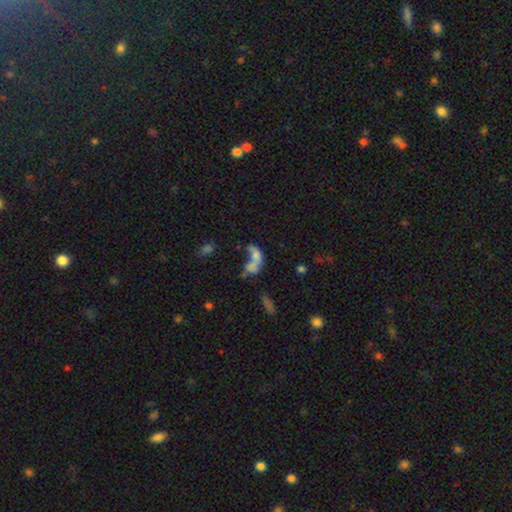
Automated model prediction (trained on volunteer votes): A smooth galaxy with no disk features (56%) that is in between round and cigar-shaped (79%).

Vote fractions:
- Smooth or featured? smooth: 56% / featured or disk: 30% / star or artifact: 15%
- How rounded? in between: 79% / round: 12% / cigar-shaped: 9%
- Merging? merger: 53% / major disturbance: 22% / none: 16% / minor disturbance: 9%